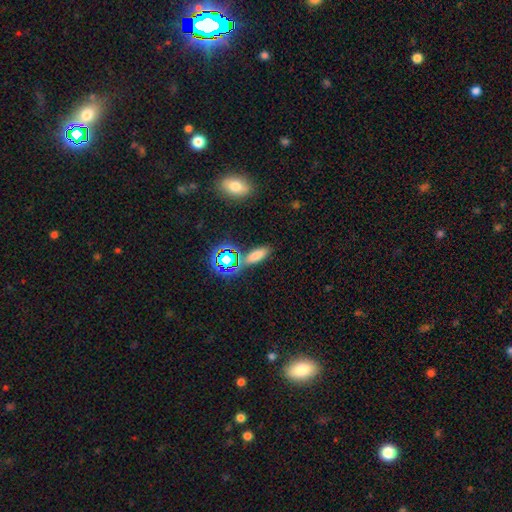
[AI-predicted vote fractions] smooth 70%, star or artifact 22%, featured or disk 8%. Down the decision tree: how rounded — in between (64%); merging — none (77%).